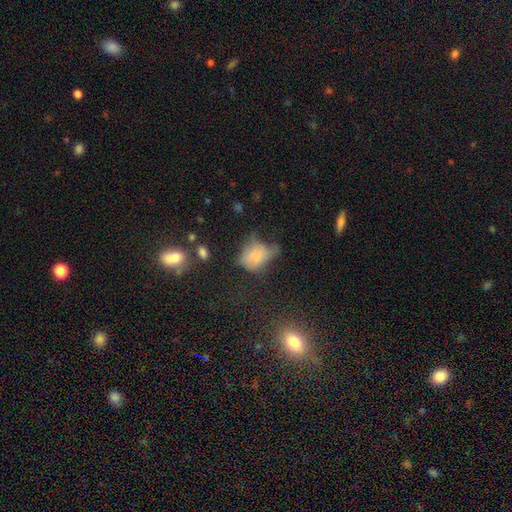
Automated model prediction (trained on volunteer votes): A smooth galaxy with no disk features (65%) that is in between round and cigar-shaped (60%).

Vote fractions:
- Smooth or featured? smooth: 65% / featured or disk: 21% / star or artifact: 14%
- How rounded? in between: 60% / round: 38% / cigar-shaped: 2%
- Merging? major disturbance: 37% / minor disturbance: 34% / none: 24% / merger: 6%